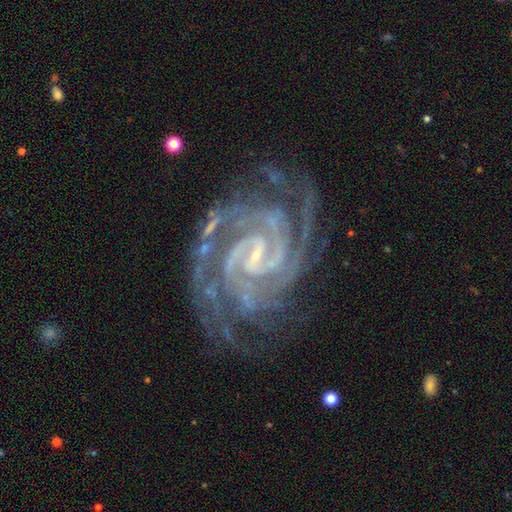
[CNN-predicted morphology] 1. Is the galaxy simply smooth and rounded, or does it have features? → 93% featured or disk, 5% star or artifact, 2% smooth.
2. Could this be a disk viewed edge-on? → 98% no, 2% yes.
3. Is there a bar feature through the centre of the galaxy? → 49% weak, 30% strong, 21% no.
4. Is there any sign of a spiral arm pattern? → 99% yes, 1% no.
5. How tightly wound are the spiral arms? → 73% tight, 25% medium, 3% loose.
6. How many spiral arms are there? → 39% 2, 20% 3, 14% 4, 11% can't tell, 9% more than 4, 7% 1.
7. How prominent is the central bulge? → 75% small, 12% moderate, 11% none, 1% large, 1% dominant.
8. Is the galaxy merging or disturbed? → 74% none, 17% minor disturbance, 7% major disturbance, 2% merger.